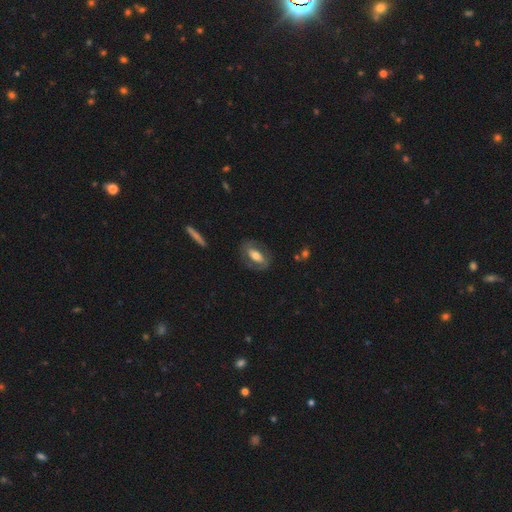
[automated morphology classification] The model was most divided on "smooth or featured": featured or disk: 50%, smooth: 44%, star or artifact: 6%. More confident: edge-on disk — no (86%); merging — none (76%).